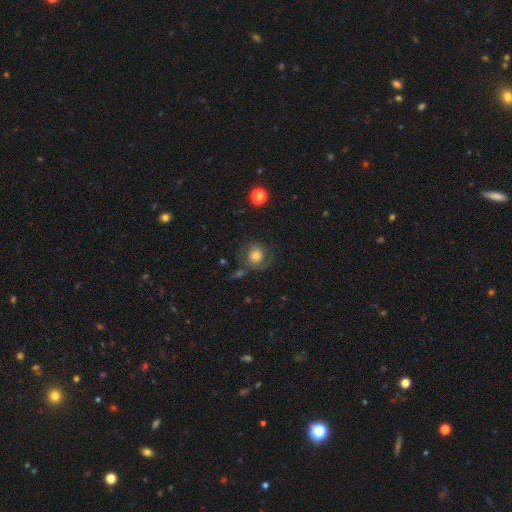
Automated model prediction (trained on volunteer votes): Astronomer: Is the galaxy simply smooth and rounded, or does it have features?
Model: smooth — 58%.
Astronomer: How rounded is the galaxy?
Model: round — 86%.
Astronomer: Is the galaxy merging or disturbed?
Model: none — 60%.